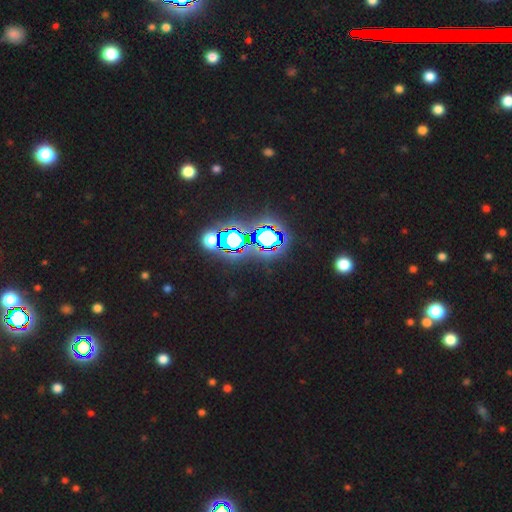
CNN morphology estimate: type=star or artifact (68%).